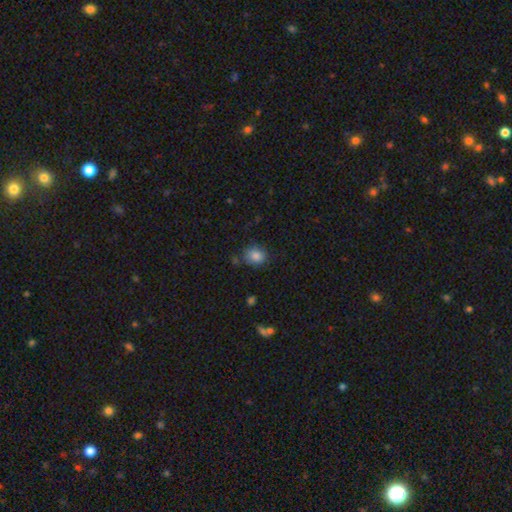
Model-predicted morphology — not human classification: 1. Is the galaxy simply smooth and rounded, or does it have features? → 84% smooth, 10% star or artifact, 6% featured or disk.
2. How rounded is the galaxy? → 72% round, 27% in between, 1% cigar-shaped.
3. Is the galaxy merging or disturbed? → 77% none, 15% minor disturbance, 4% merger, 4% major disturbance.